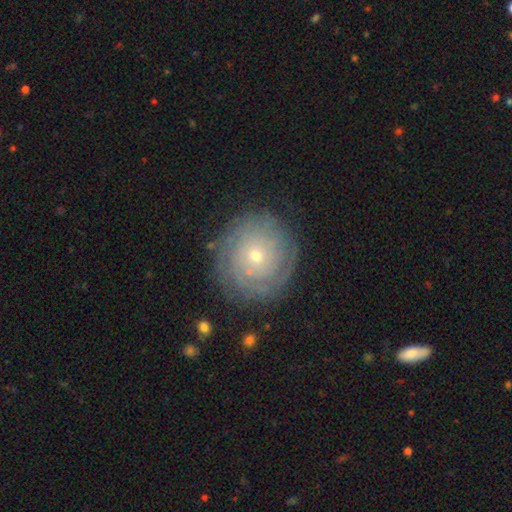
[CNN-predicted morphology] Smooth or featured?
  - featured or disk: 67% *
  - smooth: 24%
  - star or artifact: 9%
Edge-on disk?
  - no: 97% *
  - yes: 3%
Bar?
  - no: 86% *
  - weak: 12%
  - strong: 3%
Spiral arms?
  - yes: 84% *
  - no: 16%
Spiral winding?
  - tight: 84% *
  - medium: 12%
  - loose: 4%
Spiral arm count?
  - can't tell: 53% *
  - 2: 12%
  - 3: 11%
  - 4: 10%
  - more than 4: 8%
  - 1: 6%
Bulge size?
  - small: 67% *
  - moderate: 30%
  - large: 2%
  - none: 1%
  - dominant: 1%
Merging?
  - none: 83% *
  - minor disturbance: 12%
  - major disturbance: 4%
  - merger: 1%